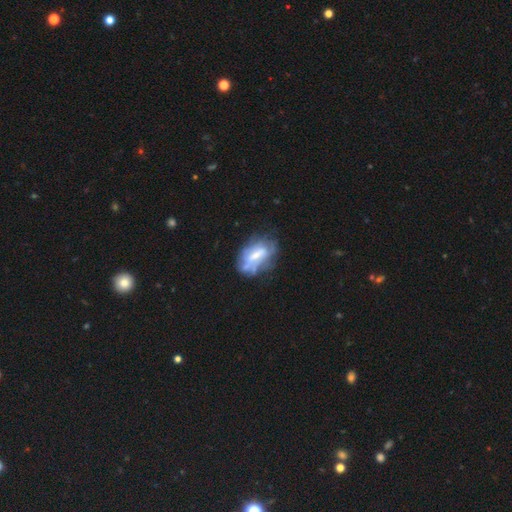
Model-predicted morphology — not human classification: A featured or disk galaxy (58%) with a weak bar (38%), no spiral arms (62%) and a small central bulge (41%). Merging: none (47%).